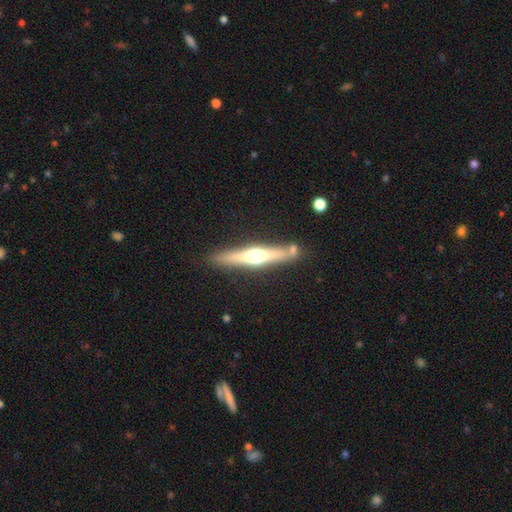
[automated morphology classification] Q: Smooth or featured?
A: featured or disk (66%); runner-up: smooth (29%)
Q: Edge-on disk?
A: yes (96%); runner-up: no (4%)
Q: Edge-on bulge?
A: rounded (92%); runner-up: boxy (5%)
Q: Merging?
A: none (77%); runner-up: minor disturbance (12%)